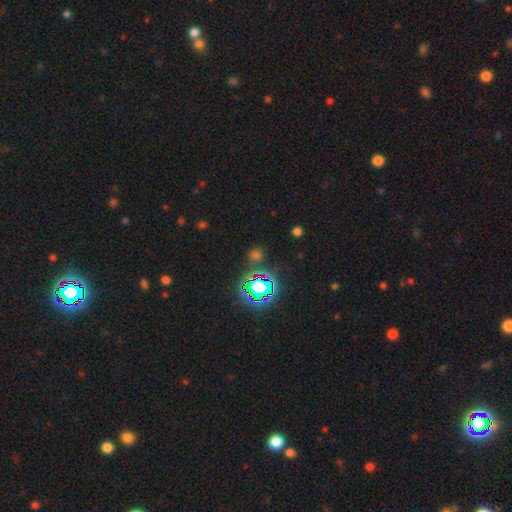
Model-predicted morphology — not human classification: Smooth or featured? Predicted: star or artifact (p=0.57).